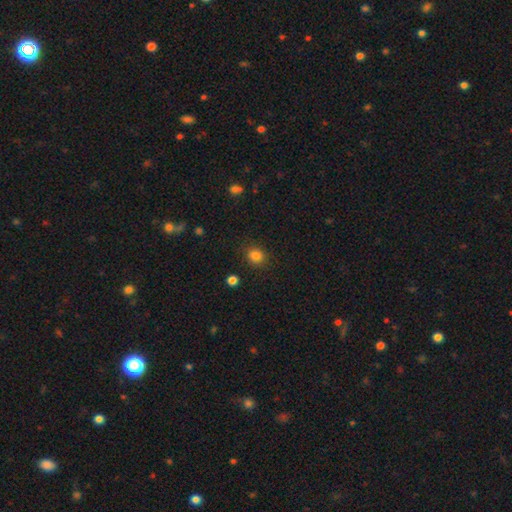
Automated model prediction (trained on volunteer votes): This appears to be a smooth galaxy with no disk features (83%) that is round (78%). Merging: none (86%).